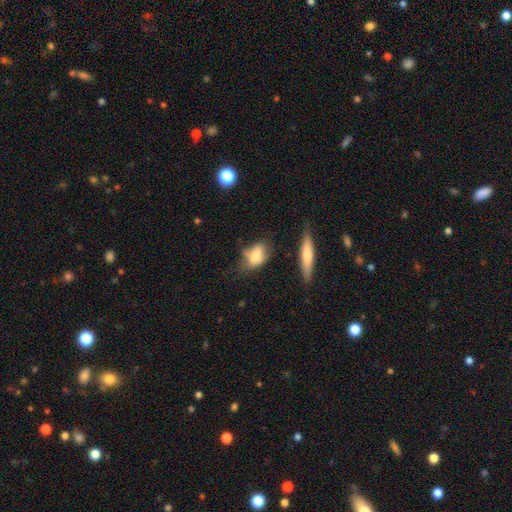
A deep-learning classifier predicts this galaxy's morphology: A smooth galaxy with no disk features (71%) that is in between round and cigar-shaped (80%). Merging: none (46%).